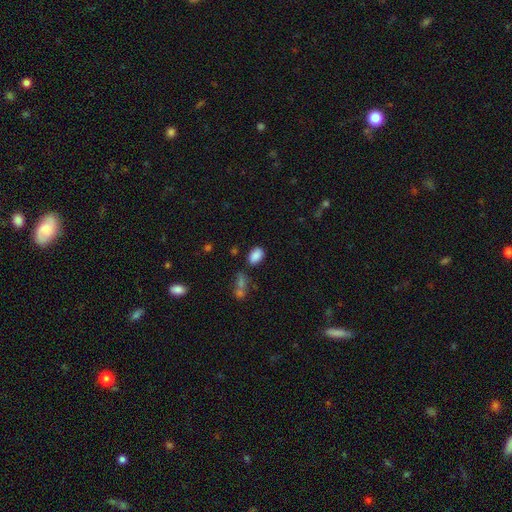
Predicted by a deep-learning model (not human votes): Morphology: type=smooth (87%); roundness=in between (88%); merging=none (77%).